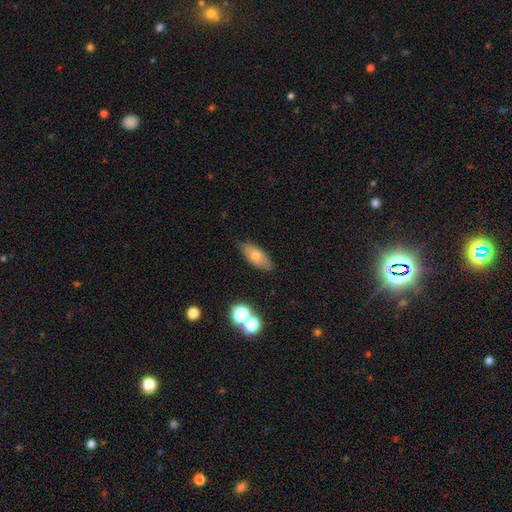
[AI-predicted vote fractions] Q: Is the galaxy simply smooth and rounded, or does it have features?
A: smooth — 70%.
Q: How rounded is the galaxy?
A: in between — 79%.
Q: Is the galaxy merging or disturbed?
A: none — 81%.